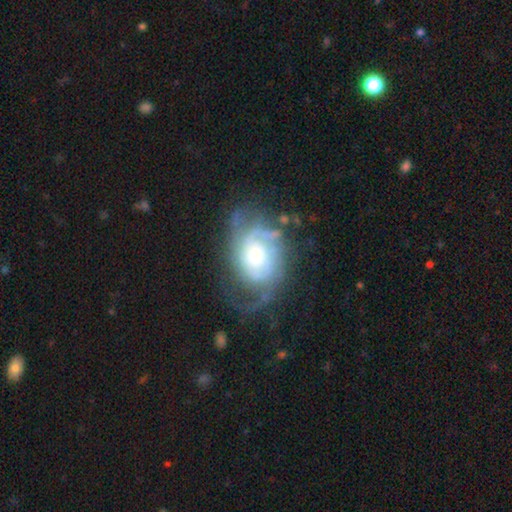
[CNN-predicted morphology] This is clearly a featured or disk galaxy (81%). It is clearly not viewed edge-on (96%). Bar: likely no (75%). Spiral arm pattern: clearly yes (90%). Spiral arm count: marginally can't tell (39%). Spiral winding: possibly tight (54%). Central bulge: possibly moderate (49%). Merging: possibly none (55%).